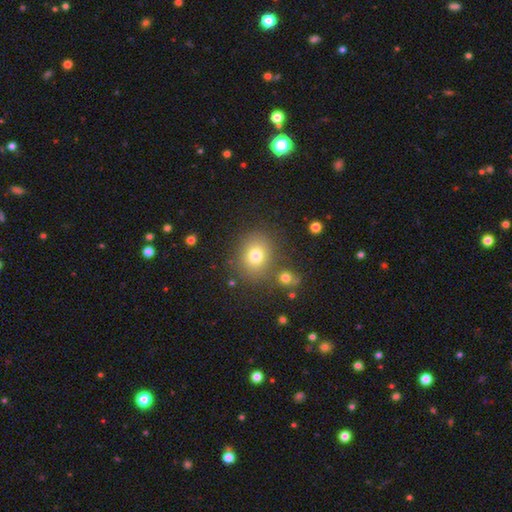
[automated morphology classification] smooth 77%, star or artifact 13%, featured or disk 10%. Down the decision tree: how rounded — round (66%); merging — none (73%).